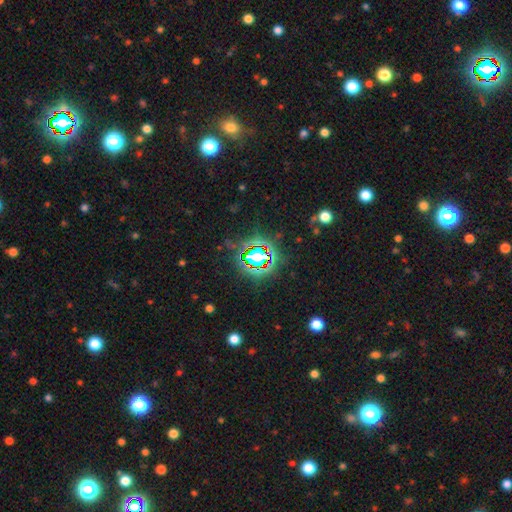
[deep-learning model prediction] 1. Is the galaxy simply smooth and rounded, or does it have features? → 72% star or artifact, 17% smooth, 11% featured or disk.